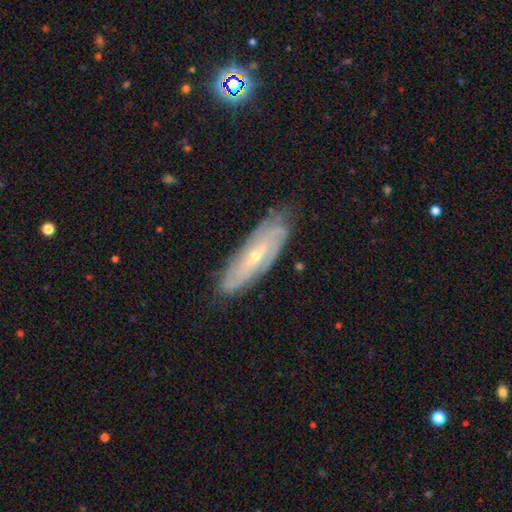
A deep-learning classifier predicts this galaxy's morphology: This is likely a featured or disk galaxy (79%). It is likely not viewed edge-on (79%). Bar: possibly no (57%). Spiral arm pattern: clearly yes (91%). Spiral arm count: possibly can't tell (47%). Spiral winding: likely tight (64%). Central bulge: likely small (68%). Merging: likely none (77%).